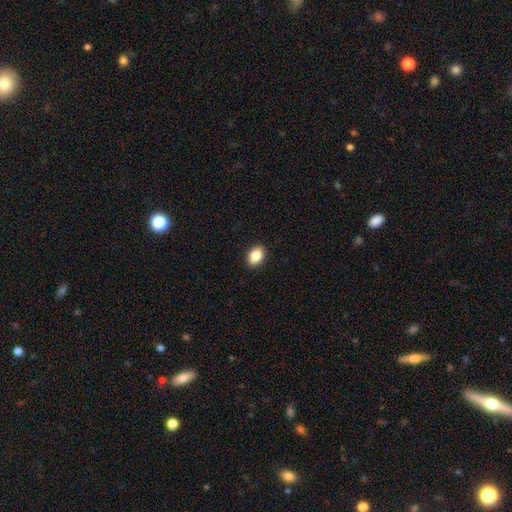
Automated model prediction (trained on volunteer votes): Smooth or featured: smooth — 86% (star or artifact — 8%)
How rounded: in between — 83% (round — 16%)
Merging: none — 90% (minor disturbance — 7%)